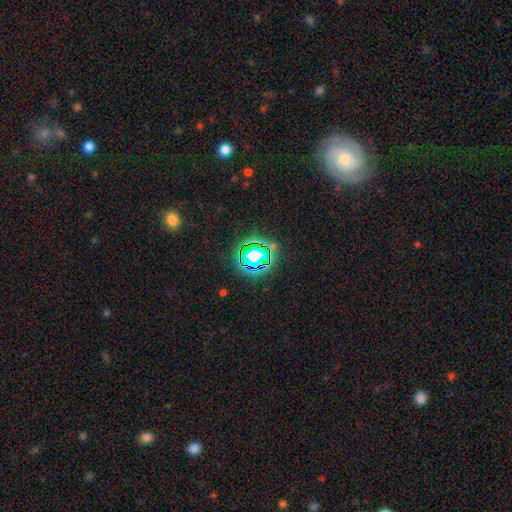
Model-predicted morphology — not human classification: smooth-or-featured: star or artifact: 71% | smooth: 17% | featured or disk: 12%